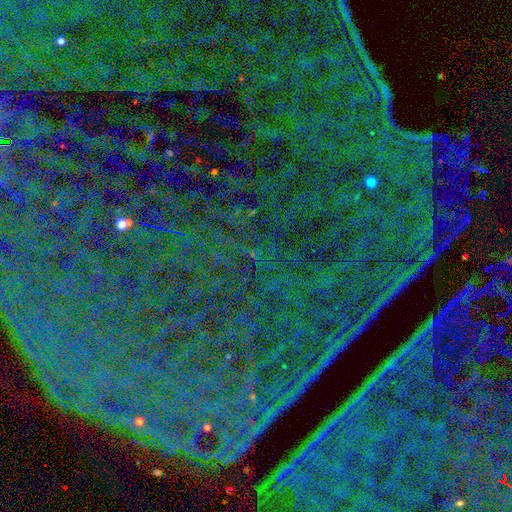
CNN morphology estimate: The model was most divided on "smooth or featured": star or artifact: 87%, featured or disk: 6%, smooth: 6%.